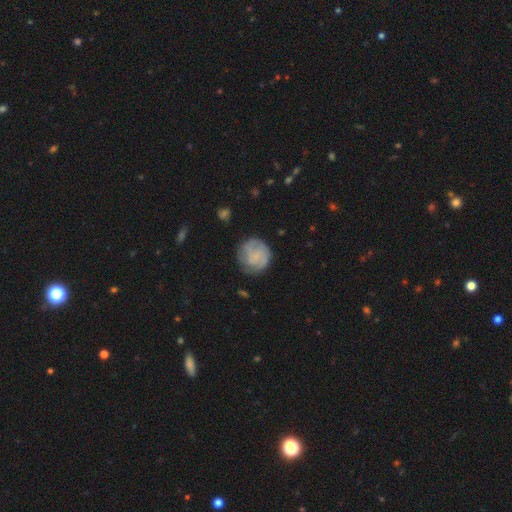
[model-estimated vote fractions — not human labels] featured or disk 49%, smooth 44%, star or artifact 8%. Down the decision tree: merging — none (70%).